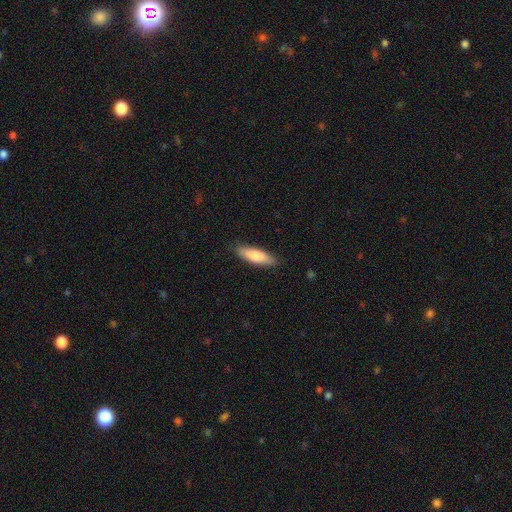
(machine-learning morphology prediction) smooth 79%, featured or disk 15%, star or artifact 5%. Down the decision tree: how rounded — cigar-shaped (52%); merging — none (86%).